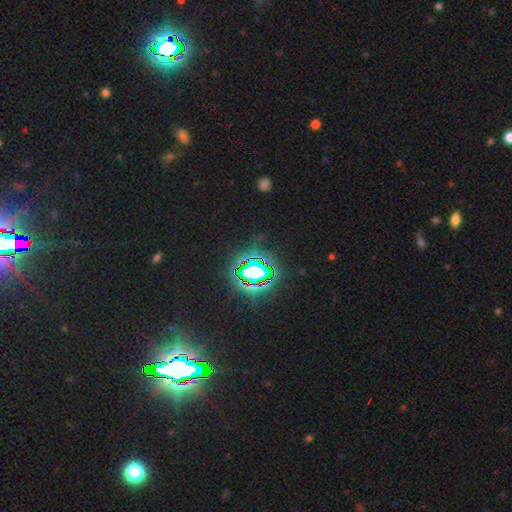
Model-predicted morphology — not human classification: This appears to be a star or artifact, not a galaxy (83%).